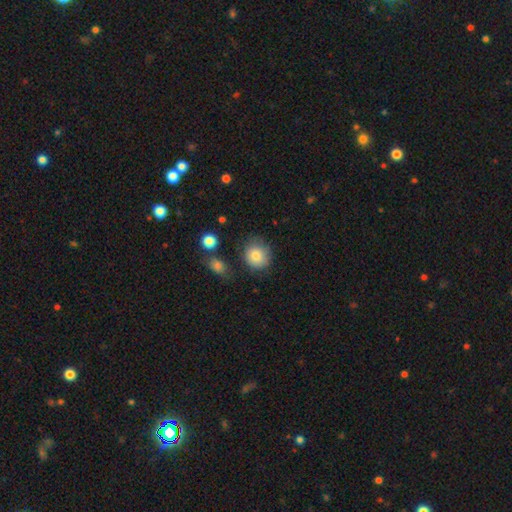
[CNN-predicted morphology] This is clearly a smooth galaxy (82%). How rounded: clearly round (81%). Merging: likely none (71%).